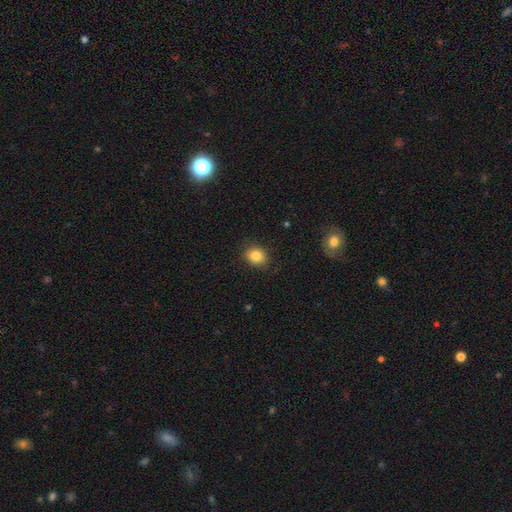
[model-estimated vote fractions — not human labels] This appears to be a smooth galaxy with no disk features (84%) that is round (62%). Merging: none (86%).